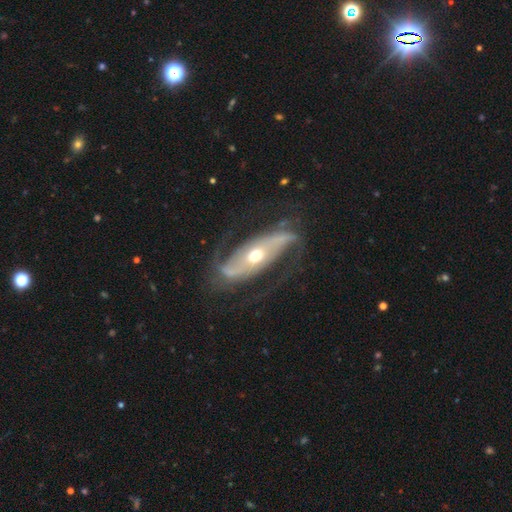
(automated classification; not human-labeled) Smooth or featured? Predicted: featured or disk (p=0.85). Edge-on disk? Predicted: no (p=0.90). Bar? Predicted: no (p=0.49). Spiral arms? Predicted: yes (p=0.93). Spiral winding? Predicted: loose (p=0.56). Spiral arm count? Predicted: 2 (p=0.90). Bulge size? Predicted: moderate (p=0.72). Merging? Predicted: none (p=0.68).